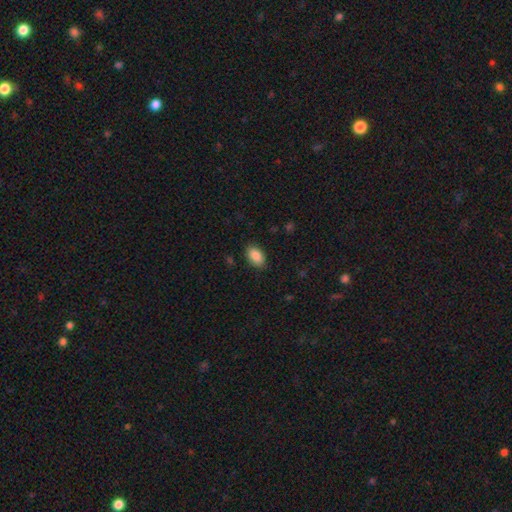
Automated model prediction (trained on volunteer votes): smooth 89%, star or artifact 7%, featured or disk 4%. Down the decision tree: how rounded — in between (92%); merging — none (86%).